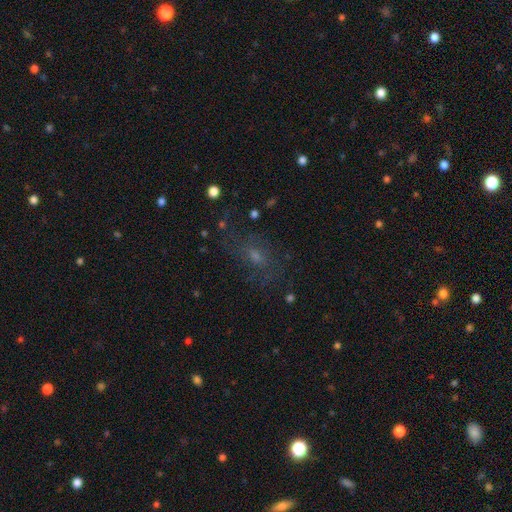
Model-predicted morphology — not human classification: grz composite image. It shows a star or artifact, not a galaxy (42%).